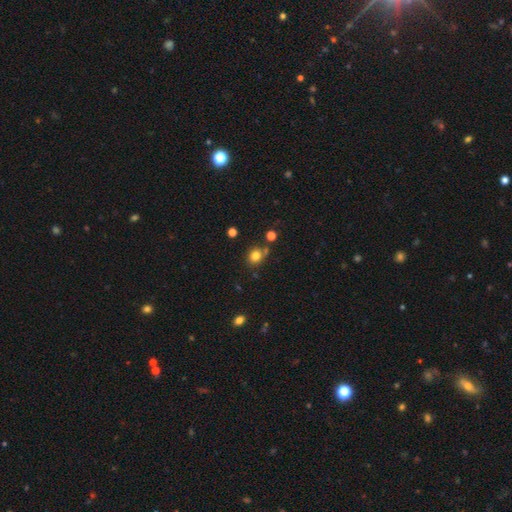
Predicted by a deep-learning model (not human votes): The model was most divided on "how rounded": round: 79%, in between: 21%, cigar-shaped: 1%. More confident: smooth or featured — smooth (80%); merging — none (71%).